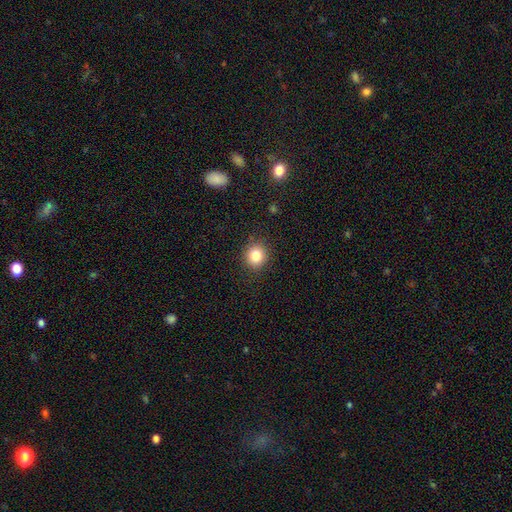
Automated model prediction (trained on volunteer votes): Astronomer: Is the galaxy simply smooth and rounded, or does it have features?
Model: smooth — 82%.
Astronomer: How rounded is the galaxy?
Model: round — 85%.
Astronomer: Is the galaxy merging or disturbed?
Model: none — 89%.